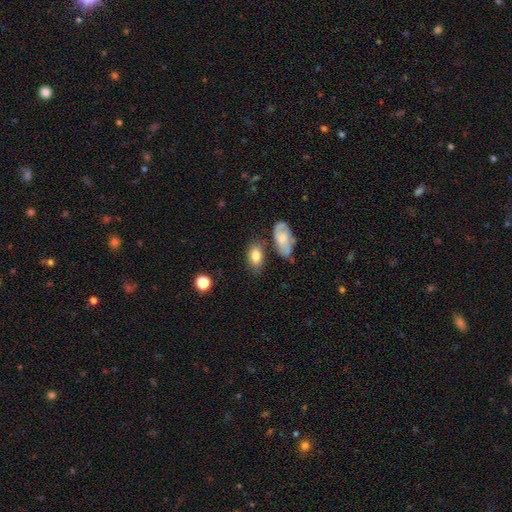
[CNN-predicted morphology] A smooth galaxy with no disk features (79%) that is in between round and cigar-shaped (87%).

Vote fractions:
- Smooth or featured? smooth: 79% / featured or disk: 13% / star or artifact: 7%
- How rounded? in between: 87% / round: 10% / cigar-shaped: 3%
- Merging? none: 70% / minor disturbance: 17% / merger: 9% / major disturbance: 5%